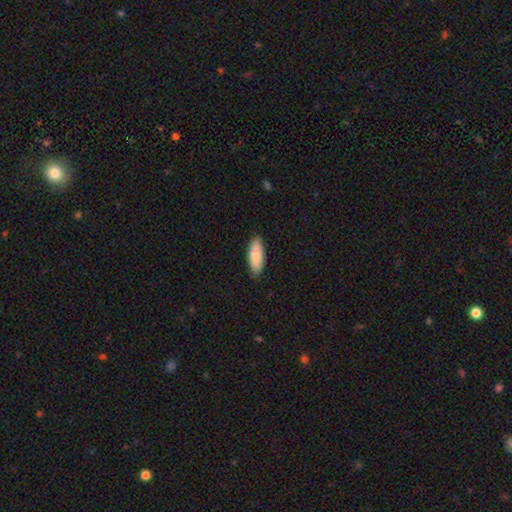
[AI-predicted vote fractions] Q: Smooth or featured?
A: smooth (84%); runner-up: featured or disk (11%)
Q: How rounded?
A: in between (65%); runner-up: cigar-shaped (33%)
Q: Merging?
A: none (88%); runner-up: minor disturbance (9%)